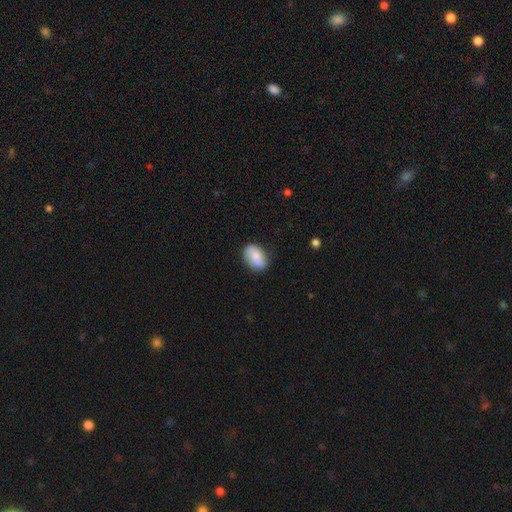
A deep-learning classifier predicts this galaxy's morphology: smooth_or_featured: smooth (p=0.70) [alt: featured or disk p=0.23]
how_rounded: in between (p=0.83) [alt: round p=0.15]
merging: none (p=0.81) [alt: minor disturbance p=0.15]